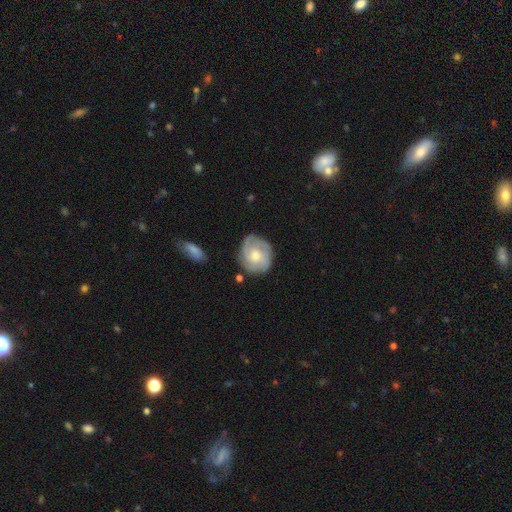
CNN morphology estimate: smooth_or_featured: featured or disk (p=0.69) [alt: smooth p=0.26]
disk_edge_on: no (p=0.97) [alt: yes p=0.03]
bar: no (p=0.73) [alt: weak p=0.24]
has_spiral_arms: yes (p=0.90) [alt: no p=0.10]
spiral_winding: tight (p=0.56) [alt: medium p=0.34]
spiral_arm_count: 3 (p=0.33) [alt: can't tell p=0.29]
bulge_size: moderate (p=0.61) [alt: small p=0.29]
merging: none (p=0.75) [alt: minor disturbance p=0.18]